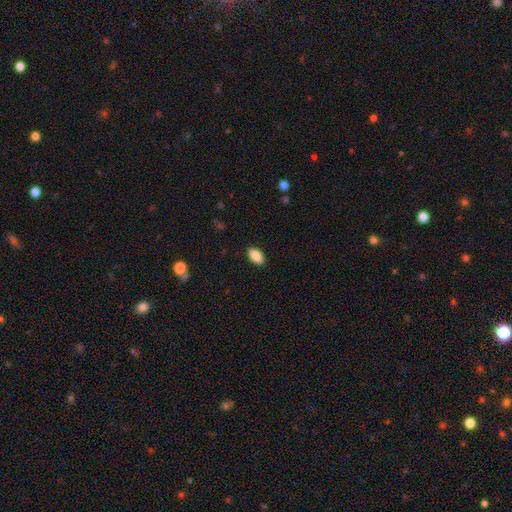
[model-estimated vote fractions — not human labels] Morphology: type=smooth (87%); roundness=in between (93%); merging=none (89%).